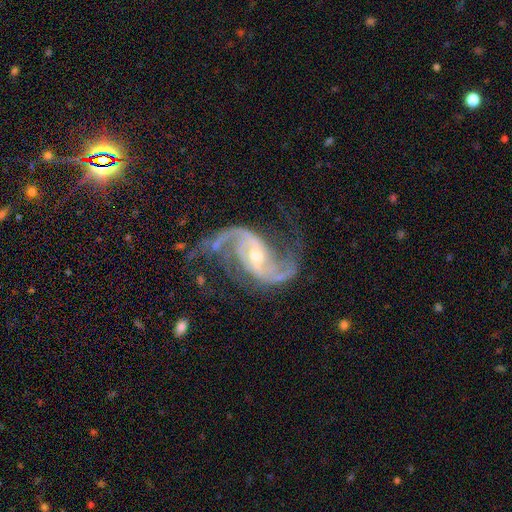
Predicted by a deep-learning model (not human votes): Smooth or featured: featured or disk — 93% (star or artifact — 5%)
Edge-on disk: no — 98% (yes — 2%)
Bar: weak — 41% (no — 33%)
Spiral arms: yes — 98% (no — 2%)
Spiral winding: medium — 48% (loose — 42%)
Spiral arm count: 2 — 92% (3 — 2%)
Bulge size: small — 49% (moderate — 46%)
Merging: none — 69% (minor disturbance — 17%)